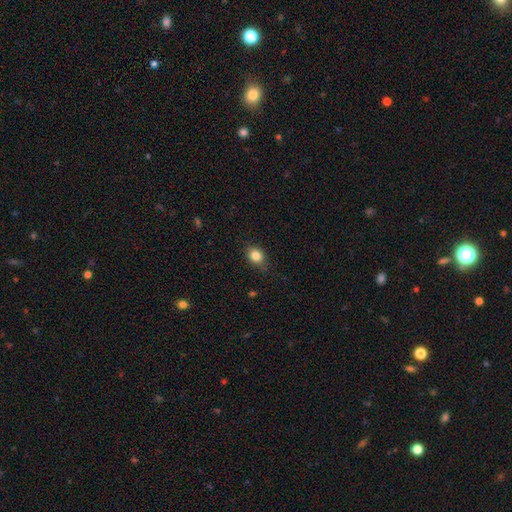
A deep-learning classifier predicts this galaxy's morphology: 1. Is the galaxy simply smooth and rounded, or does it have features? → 84% smooth, 10% star or artifact, 6% featured or disk.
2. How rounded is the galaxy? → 52% round, 47% in between, 1% cigar-shaped.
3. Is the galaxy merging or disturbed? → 79% none, 17% minor disturbance, 3% major disturbance, 1% merger.